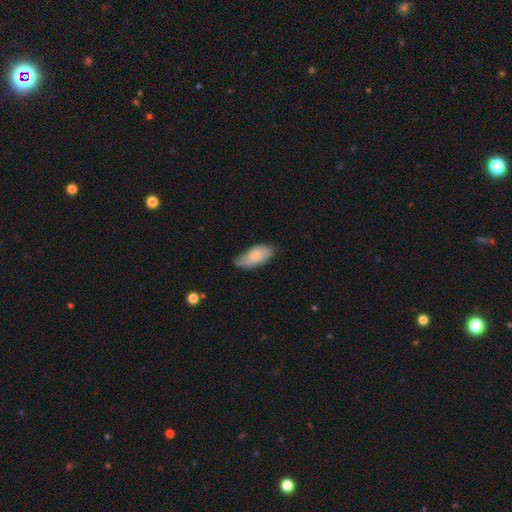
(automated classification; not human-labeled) A smooth galaxy with no disk features (66%) that is in between round and cigar-shaped (90%).

Vote fractions:
- Smooth or featured? smooth: 66% / featured or disk: 28% / star or artifact: 6%
- How rounded? in between: 90% / cigar-shaped: 7% / round: 2%
- Merging? none: 54% / minor disturbance: 36% / major disturbance: 9% / merger: 2%